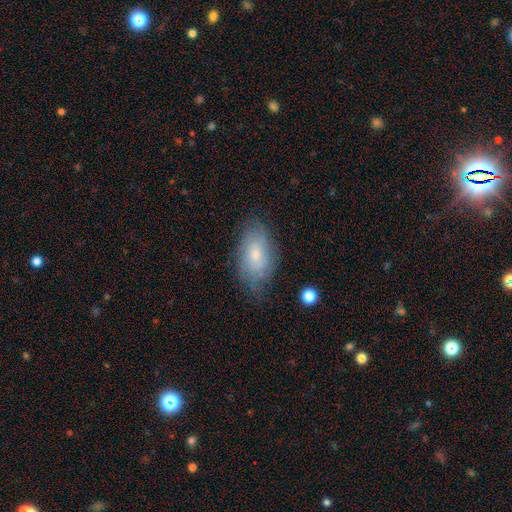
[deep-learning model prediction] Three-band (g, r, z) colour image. It shows a smooth galaxy with no disk features (63%) that is in between round and cigar-shaped (92%). Merging: none (70%).